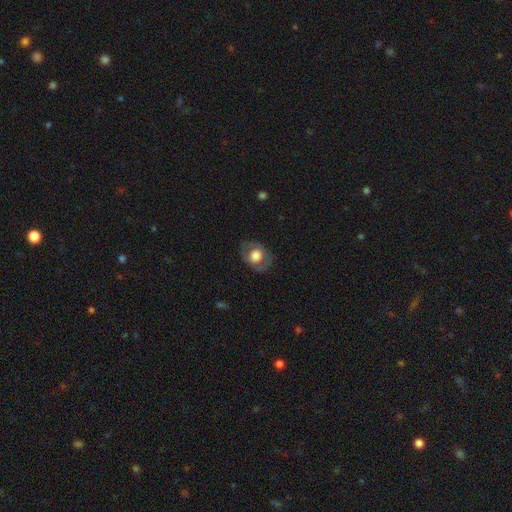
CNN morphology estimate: The model was most divided on "how rounded": round: 51%, in between: 48%, cigar-shaped: 1%. More confident: merging — none (75%); smooth or featured — smooth (59%).